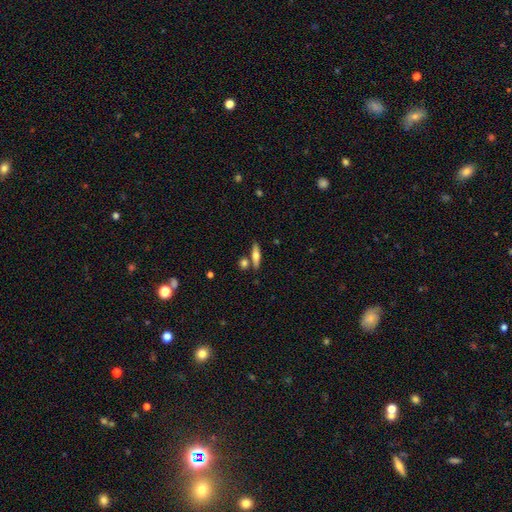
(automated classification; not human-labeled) A smooth galaxy with no disk features (49%). Merging: none (75%).